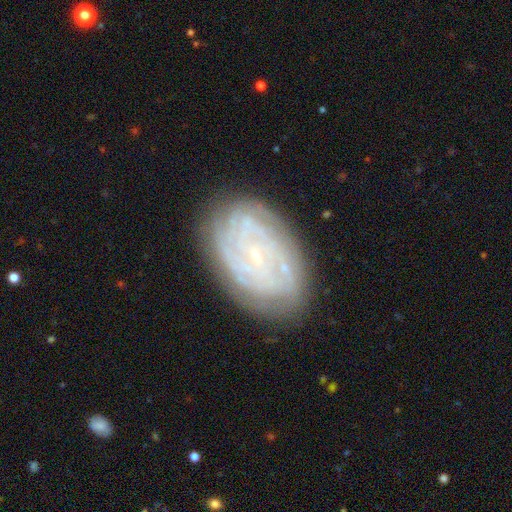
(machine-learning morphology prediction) type=featured or disk (79%); edge-on=no (96%); bar=no (59%); spiral arms=yes (92%); winding=tight (77%); arm count=can't tell (41%); bulge=small (84%); merging=none (80%).